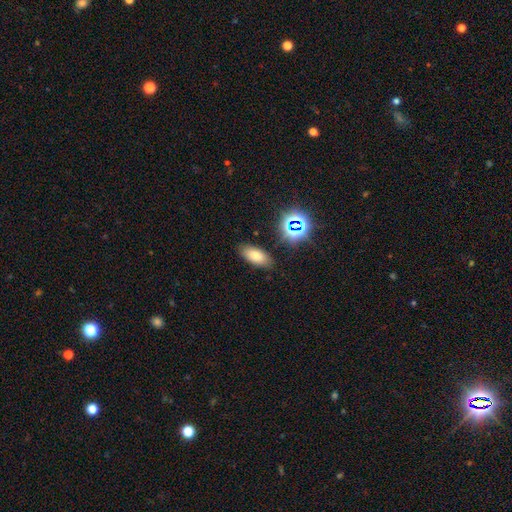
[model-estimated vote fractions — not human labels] Q: Smooth or featured?
A: smooth (72%); runner-up: star or artifact (17%)
Q: How rounded?
A: in between (86%); runner-up: cigar-shaped (9%)
Q: Merging?
A: none (85%); runner-up: minor disturbance (10%)